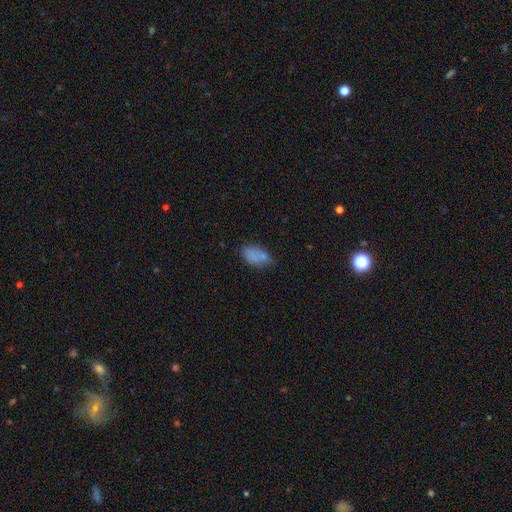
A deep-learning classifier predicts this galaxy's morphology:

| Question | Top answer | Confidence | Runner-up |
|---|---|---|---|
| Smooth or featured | smooth | 75% | featured or disk (13%) |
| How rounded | in between | 89% | round (7%) |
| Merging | none | 50% | minor disturbance (27%) |